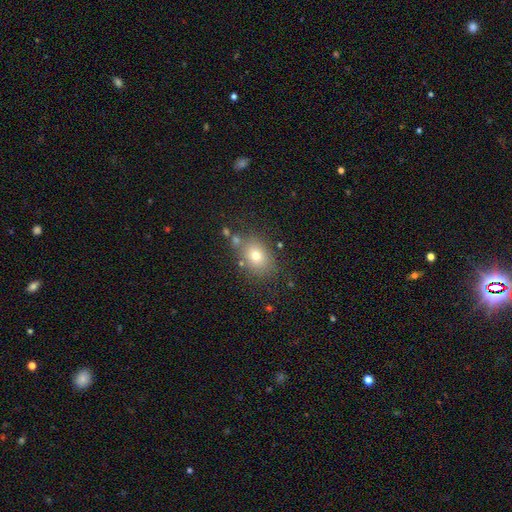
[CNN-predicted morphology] smooth 74%, featured or disk 13%, star or artifact 13%. Down the decision tree: how rounded — in between (62%); merging — none (75%).